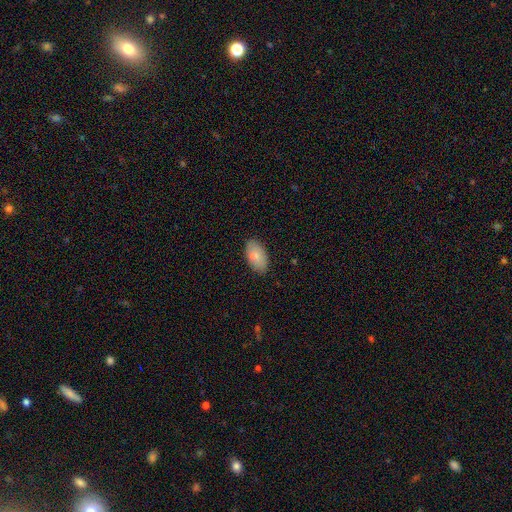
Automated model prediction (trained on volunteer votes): Morphology: type=smooth (79%); roundness=in between (94%); merging=none (79%).